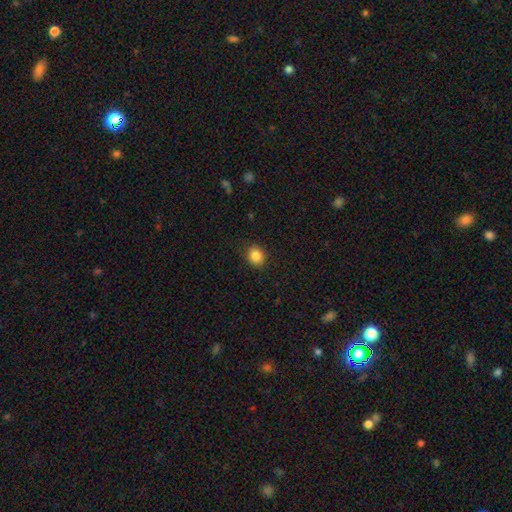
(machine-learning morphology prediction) The model was most divided on "how rounded": round: 65%, in between: 34%, cigar-shaped: 1%. More confident: merging — none (89%); smooth or featured — smooth (85%).